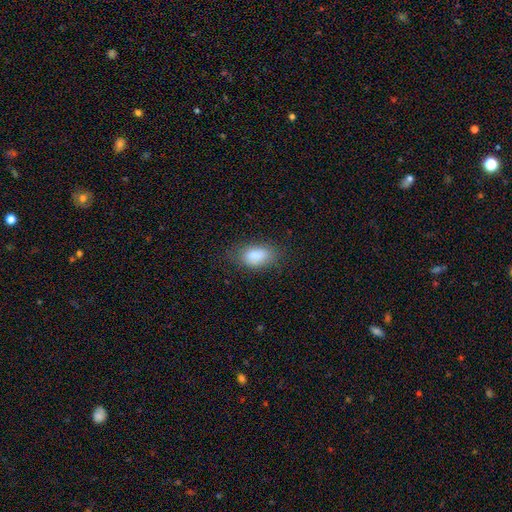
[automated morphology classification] Smooth or featured: smooth — 86% (star or artifact — 8%)
How rounded: in between — 90% (round — 8%)
Merging: none — 71% (minor disturbance — 20%)